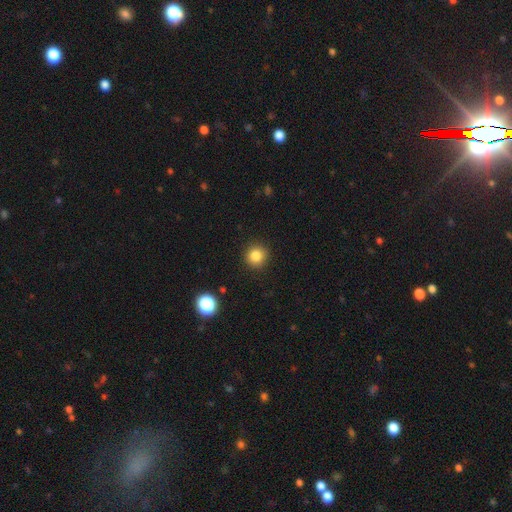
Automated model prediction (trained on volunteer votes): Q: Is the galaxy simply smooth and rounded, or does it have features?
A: smooth — 83%.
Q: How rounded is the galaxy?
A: round — 94%.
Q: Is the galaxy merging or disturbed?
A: none — 92%.